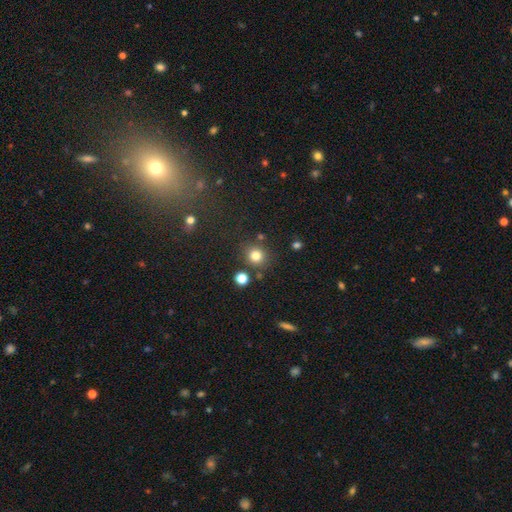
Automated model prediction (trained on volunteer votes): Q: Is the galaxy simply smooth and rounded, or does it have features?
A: smooth — 80%.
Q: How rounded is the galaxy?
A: round — 88%.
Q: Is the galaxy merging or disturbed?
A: none — 80%.